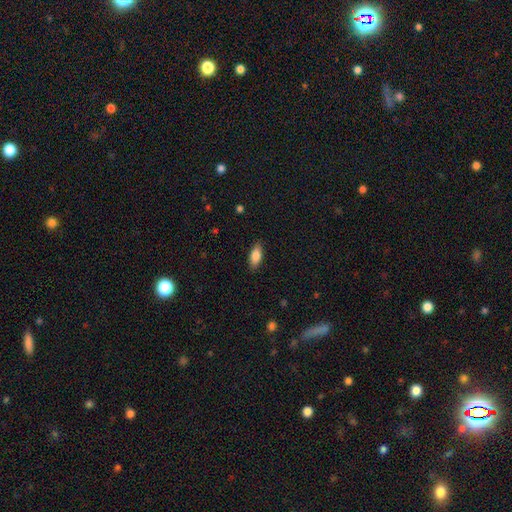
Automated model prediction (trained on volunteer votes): The model was most divided on "how rounded": in between: 82%, cigar-shaped: 16%, round: 2%. More confident: merging — none (85%); smooth or featured — smooth (84%).